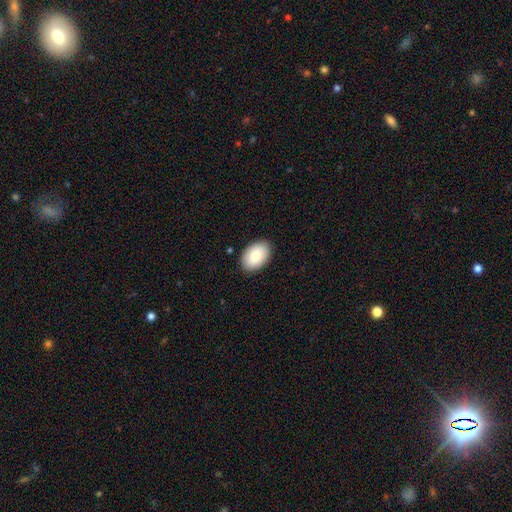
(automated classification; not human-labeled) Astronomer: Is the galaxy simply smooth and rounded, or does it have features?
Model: smooth — 83%.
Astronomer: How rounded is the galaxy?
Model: in between — 90%.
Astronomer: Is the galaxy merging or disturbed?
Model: none — 88%.